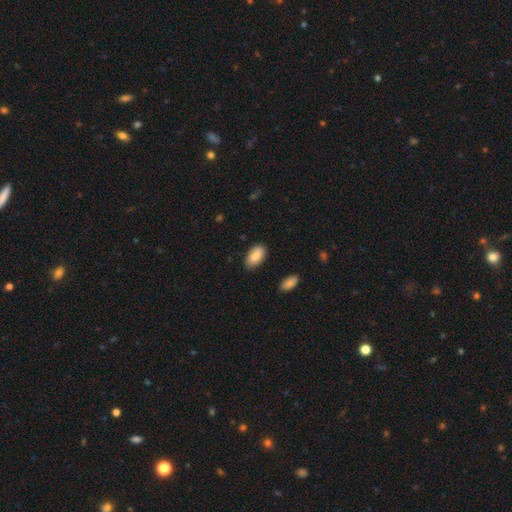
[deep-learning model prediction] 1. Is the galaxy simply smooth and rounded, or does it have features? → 83% smooth, 11% featured or disk, 6% star or artifact.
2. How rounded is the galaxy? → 94% in between, 3% cigar-shaped, 3% round.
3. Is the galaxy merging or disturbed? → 85% none, 11% minor disturbance, 2% major disturbance, 1% merger.